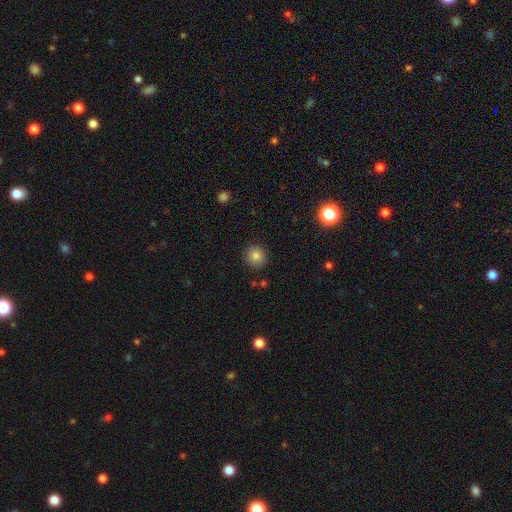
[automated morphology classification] This is clearly a smooth galaxy (82%). How rounded: clearly round (92%). Merging: clearly none (89%).